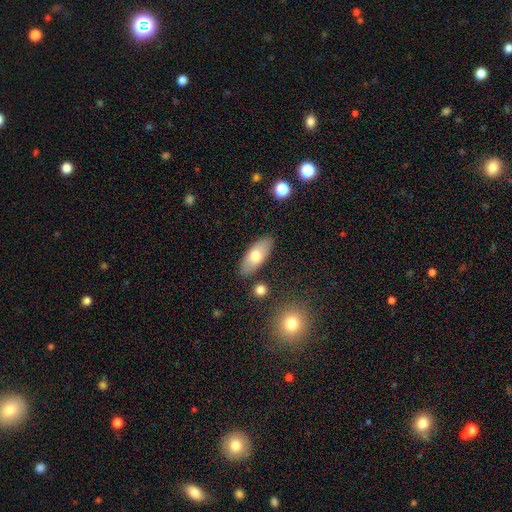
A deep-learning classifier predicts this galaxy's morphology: A smooth galaxy with no disk features (71%) that is in between round and cigar-shaped (81%).

Vote fractions:
- Smooth or featured? smooth: 71% / featured or disk: 23% / star or artifact: 6%
- How rounded? in between: 81% / cigar-shaped: 17% / round: 3%
- Merging? none: 85% / minor disturbance: 10% / merger: 3% / major disturbance: 2%